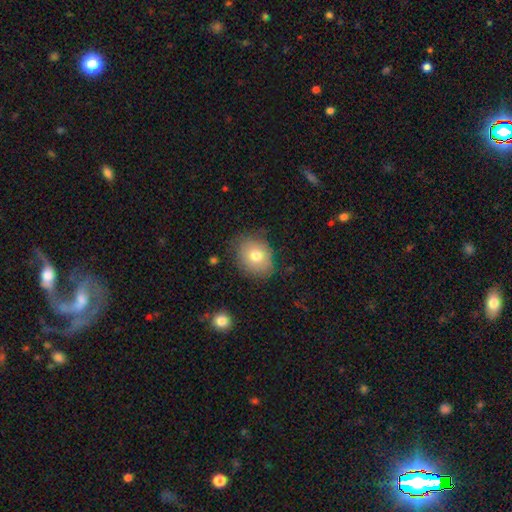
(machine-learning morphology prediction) Smooth or featured: smooth — 76% (featured or disk — 14%)
How rounded: round — 57% (in between — 42%)
Merging: none — 77% (minor disturbance — 17%)